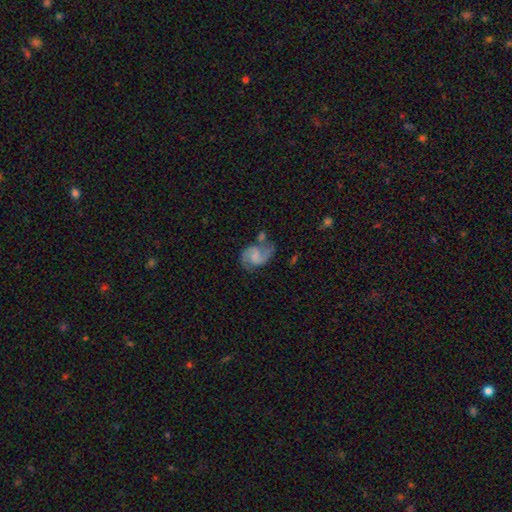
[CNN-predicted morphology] The model was most divided on "bar": weak: 45%, no: 44%, strong: 11%. Remaining: edge-on disk — no (98%); spiral arms — yes (94%); spiral arm count — 2 (90%); smooth or featured — featured or disk (76%); spiral winding — medium (52%); bulge size — none (50%); merging — none (50%).